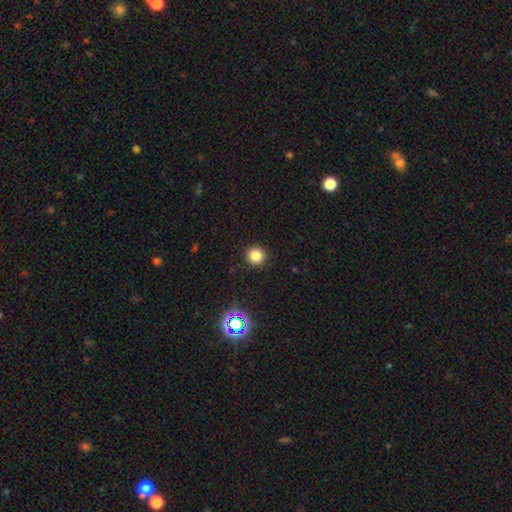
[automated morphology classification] This is clearly a smooth galaxy (81%). How rounded: clearly round (93%). Merging: clearly none (92%).